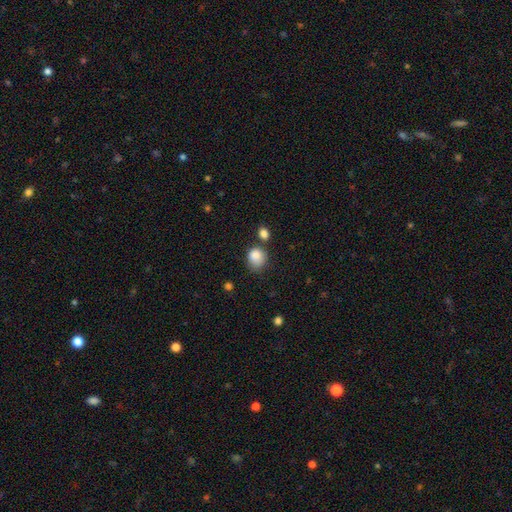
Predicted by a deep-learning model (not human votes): Smooth or featured: smooth — 84% (star or artifact — 9%)
How rounded: round — 61% (in between — 38%)
Merging: none — 50% (minor disturbance — 28%)